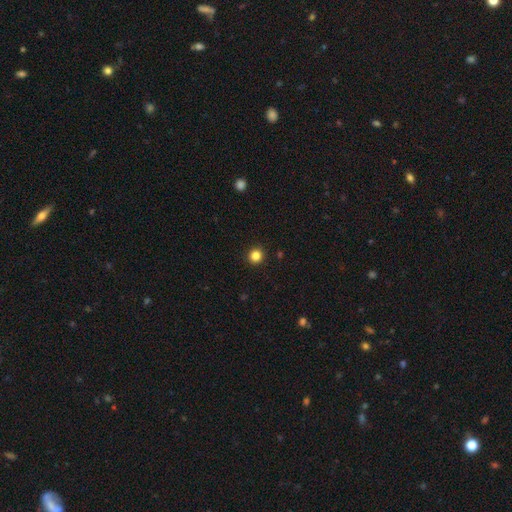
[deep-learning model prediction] Q: Smooth or featured?
A: smooth (84%); runner-up: star or artifact (12%)
Q: How rounded?
A: round (94%); runner-up: in between (5%)
Q: Merging?
A: none (93%); runner-up: minor disturbance (4%)